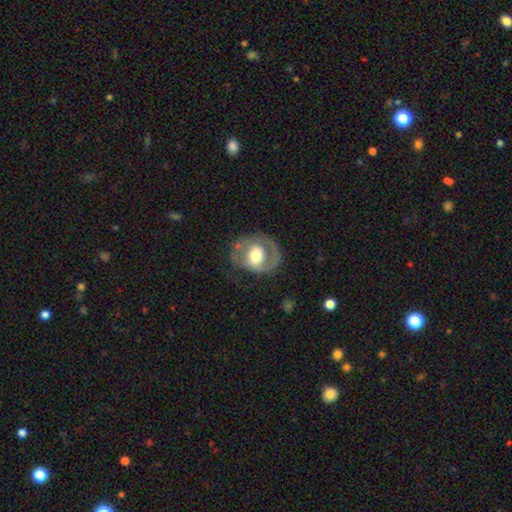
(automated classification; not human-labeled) Morphology: type=featured or disk (63%); edge-on=no (96%); bar=no (47%); spiral arms=yes (56%); bulge=moderate (60%); merging=none (59%).